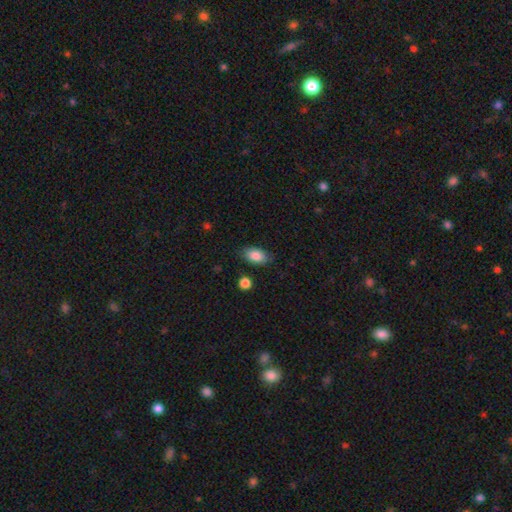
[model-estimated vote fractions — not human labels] Smooth or featured: smooth — 87% (star or artifact — 7%)
How rounded: in between — 90% (round — 7%)
Merging: none — 83% (minor disturbance — 12%)